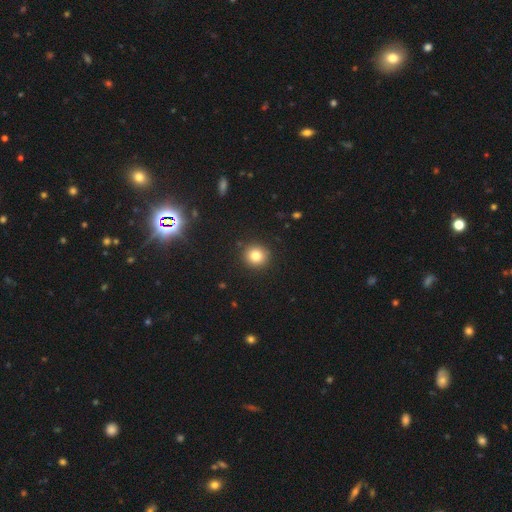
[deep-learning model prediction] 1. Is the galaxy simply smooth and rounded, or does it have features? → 81% smooth, 12% star or artifact, 7% featured or disk.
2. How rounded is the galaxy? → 91% round, 8% in between, 1% cigar-shaped.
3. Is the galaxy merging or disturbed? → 91% none, 5% minor disturbance, 2% major disturbance, 1% merger.